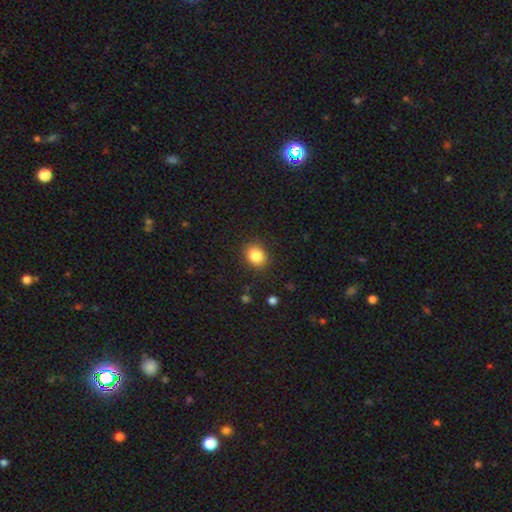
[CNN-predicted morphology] The model was most divided on "how rounded": round: 58%, in between: 41%, cigar-shaped: 1%. More confident: merging — none (87%); smooth or featured — smooth (85%).